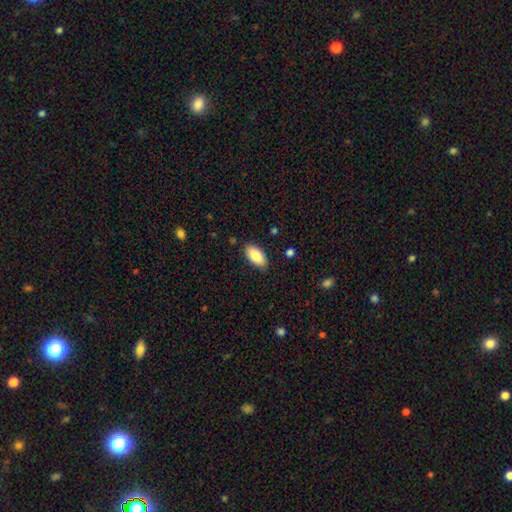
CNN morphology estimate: smooth 84%, featured or disk 10%, star or artifact 6%. Down the decision tree: how rounded — in between (93%); merging — none (86%).